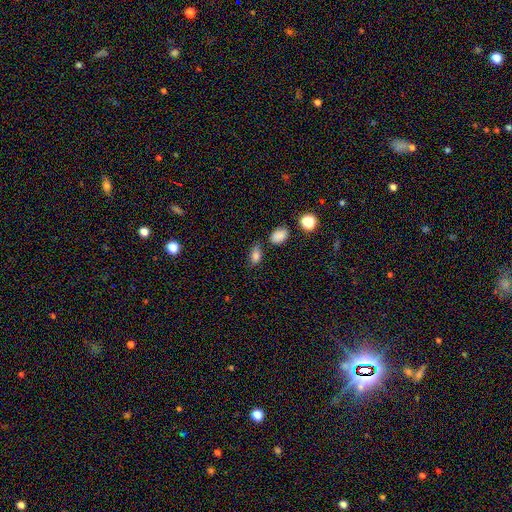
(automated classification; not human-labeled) This appears to be a smooth galaxy with no disk features (80%) that is in between round and cigar-shaped (87%). Merging: none (58%).